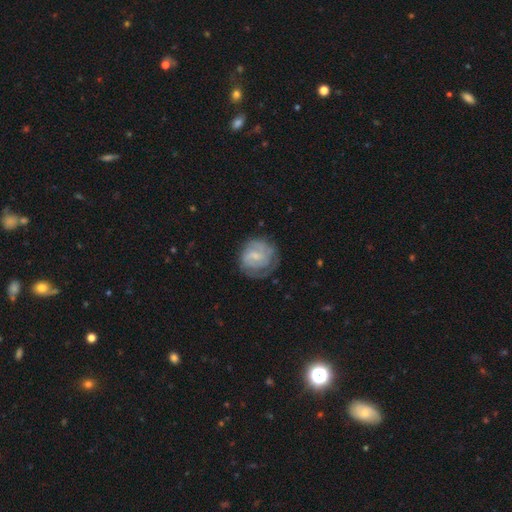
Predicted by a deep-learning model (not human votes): smooth-or-featured: featured or disk: 65% | smooth: 28% | star or artifact: 7%
  disk-edge-on: no: 98% | yes: 2%
    bar: weak: 54% | no: 34% | strong: 12%
    has-spiral-arms: yes: 85% | no: 15%
      spiral-winding: tight: 56% | medium: 32% | loose: 12%
      spiral-arm-count: 2: 39% | can't tell: 36% | 3: 10% | 1: 9% | 4: 3% | more than 4: 3%
    bulge-size: small: 48% | moderate: 27% | none: 21% | large: 3% | dominant: 1%
  merging: none: 64% | minor disturbance: 21% | major disturbance: 13% | merger: 1%